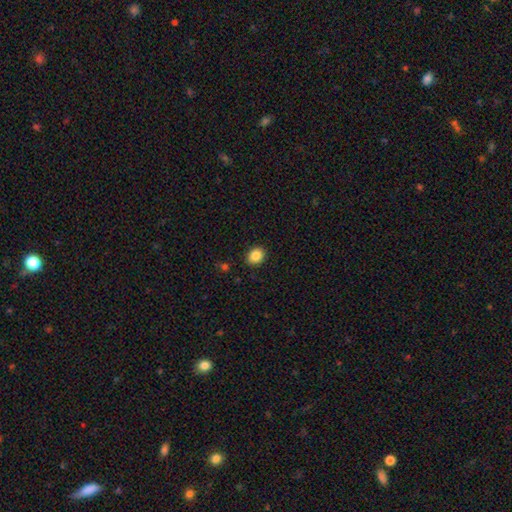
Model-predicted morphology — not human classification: A smooth galaxy with no disk features (87%) that is round (50%, tied with in between). Merging: none (90%).